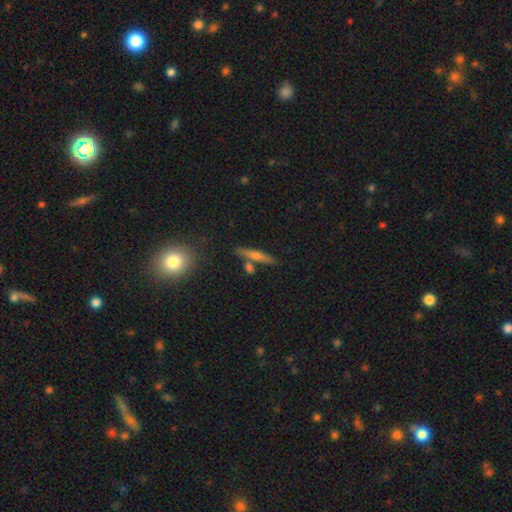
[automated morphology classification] featured or disk 56%, smooth 34%, star or artifact 9%. Down the decision tree: edge-on disk — yes (94%); edge-on bulge — rounded (82%); merging — none (80%).